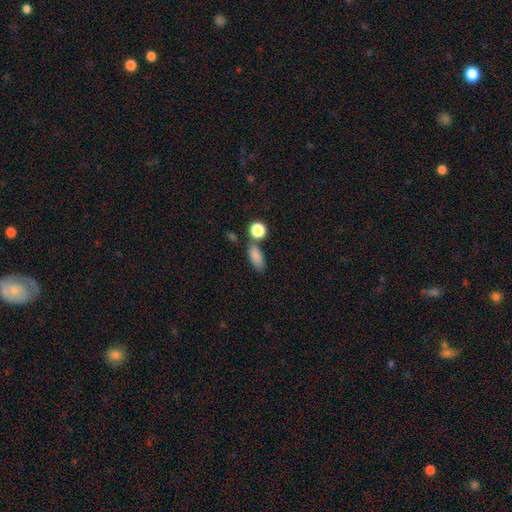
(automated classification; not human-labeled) This appears to be a smooth galaxy with no disk features (84%) that is in between round and cigar-shaped (76%). Merging: none (64%).